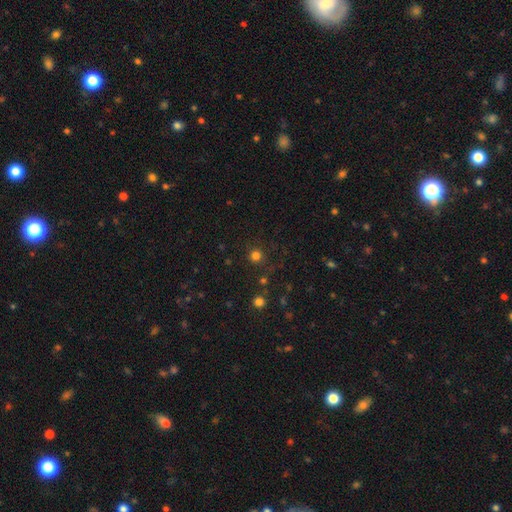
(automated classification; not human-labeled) Smooth or featured? smooth (76%)
How rounded? round (94%)
Merging? none (85%)